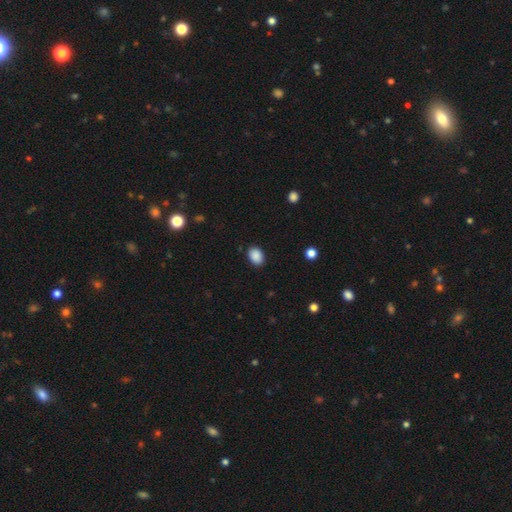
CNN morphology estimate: The model was most divided on "how rounded": in between: 71%, round: 28%, cigar-shaped: 1%. More confident: smooth or featured — smooth (89%); merging — none (88%).